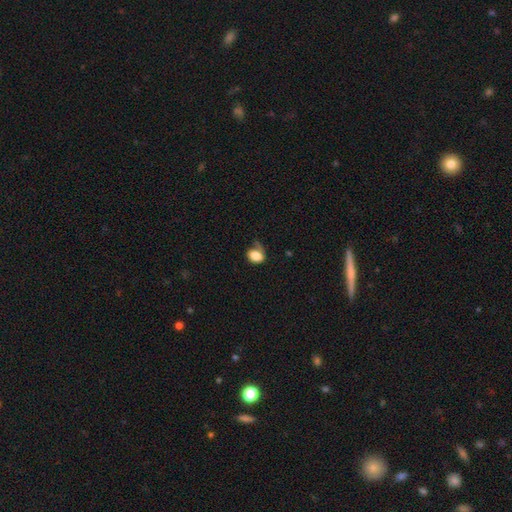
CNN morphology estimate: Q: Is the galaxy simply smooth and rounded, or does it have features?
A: smooth — 81%.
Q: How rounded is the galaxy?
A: in between — 72%.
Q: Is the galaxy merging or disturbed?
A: none — 40%.